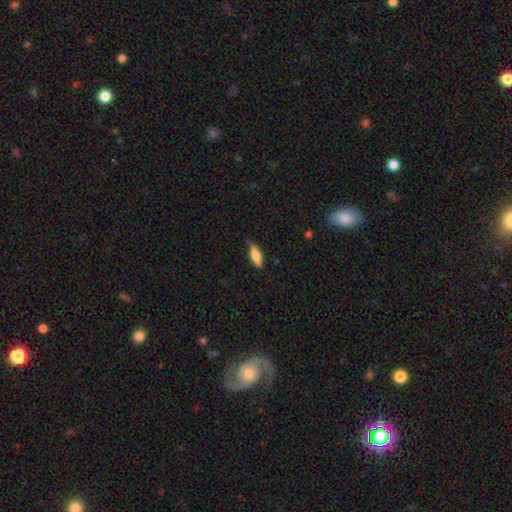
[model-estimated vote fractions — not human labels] Smooth or featured: smooth — 82% (featured or disk — 12%)
How rounded: in between — 72% (cigar-shaped — 26%)
Merging: none — 72% (minor disturbance — 23%)